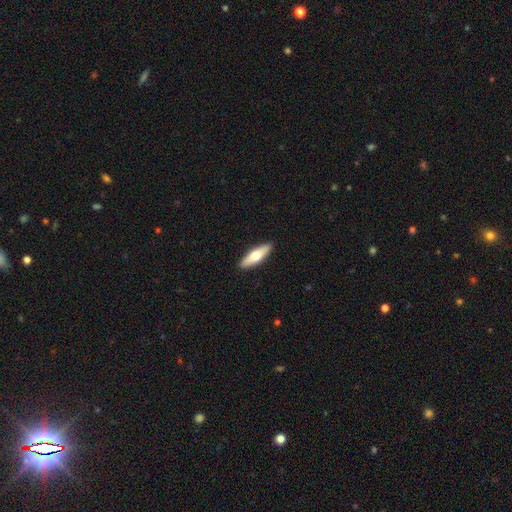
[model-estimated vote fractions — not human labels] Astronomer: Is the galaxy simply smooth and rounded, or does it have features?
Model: smooth — 58% (runner-up: featured or disk, 37%).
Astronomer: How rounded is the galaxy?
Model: cigar-shaped — 55% (runner-up: in between, 43%).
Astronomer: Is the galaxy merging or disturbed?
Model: none — 91%.